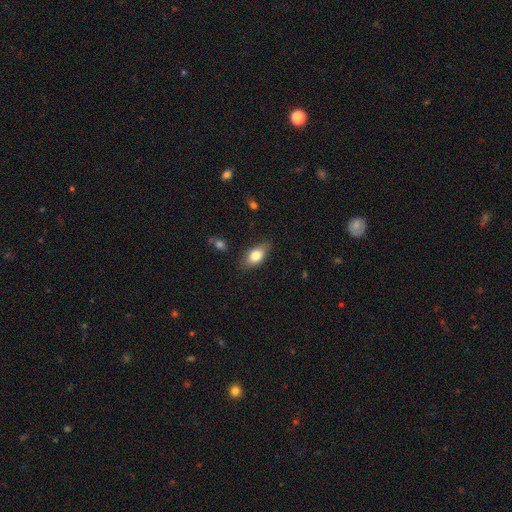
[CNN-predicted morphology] Q: Smooth or featured?
A: smooth (79%); runner-up: featured or disk (14%)
Q: How rounded?
A: in between (89%); runner-up: round (6%)
Q: Merging?
A: none (78%); runner-up: minor disturbance (17%)